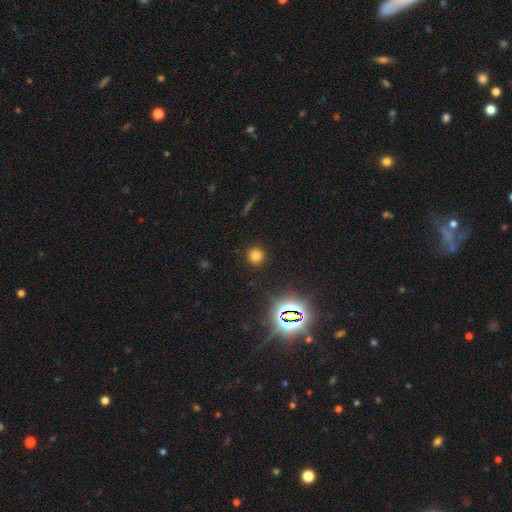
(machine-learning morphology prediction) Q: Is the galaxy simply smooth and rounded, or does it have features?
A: smooth — 73%.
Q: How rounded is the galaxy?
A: round — 92%.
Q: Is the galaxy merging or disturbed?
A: none — 91%.